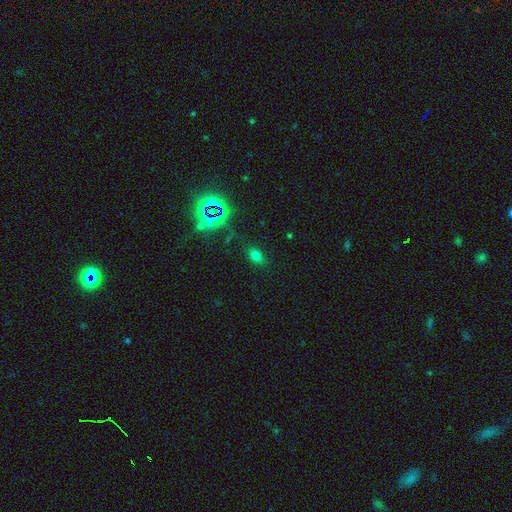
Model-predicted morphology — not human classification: Q: Smooth or featured?
A: smooth (63%); runner-up: star or artifact (28%)
Q: How rounded?
A: in between (78%); runner-up: round (17%)
Q: Merging?
A: none (80%); runner-up: minor disturbance (13%)